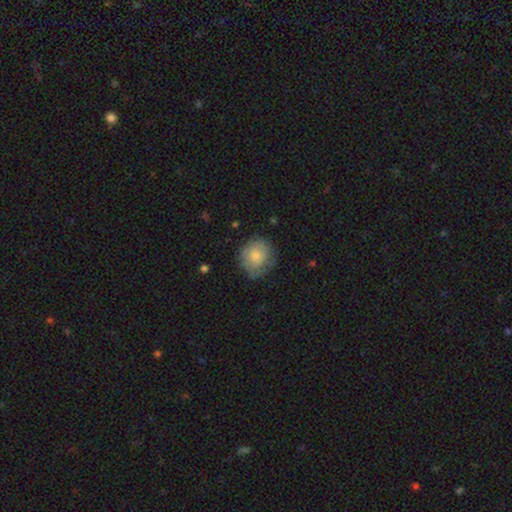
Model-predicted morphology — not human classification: smooth-or-featured: smooth: 69% | featured or disk: 24% | star or artifact: 8%
  how-rounded: round: 76% | in between: 23% | cigar-shaped: 1%
  merging: none: 66% | minor disturbance: 25% | major disturbance: 8% | merger: 1%